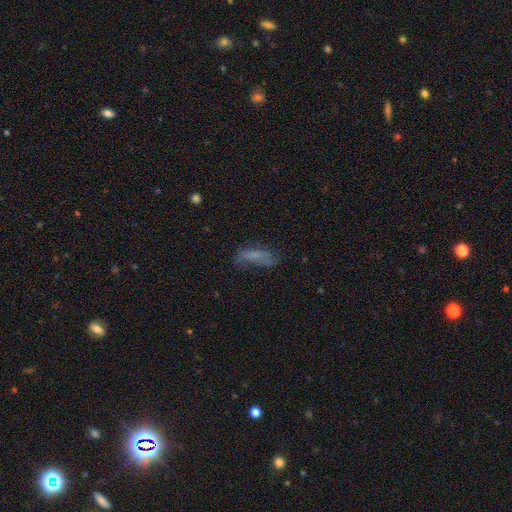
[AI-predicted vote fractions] smooth-or-featured: smooth: 58% | featured or disk: 28% | star or artifact: 14%
  how-rounded: in between: 51% | cigar-shaped: 46% | round: 3%
  merging: none: 44% | minor disturbance: 28% | major disturbance: 23% | merger: 4%